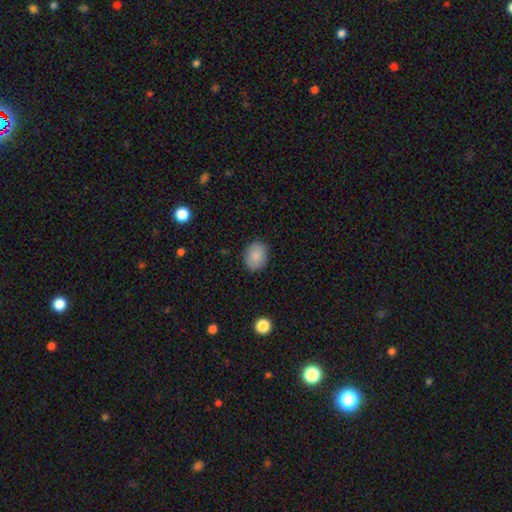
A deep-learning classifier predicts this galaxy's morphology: Overall: smooth (87%). How rounded: in between (60%; round 39%). Merging: none (87%).